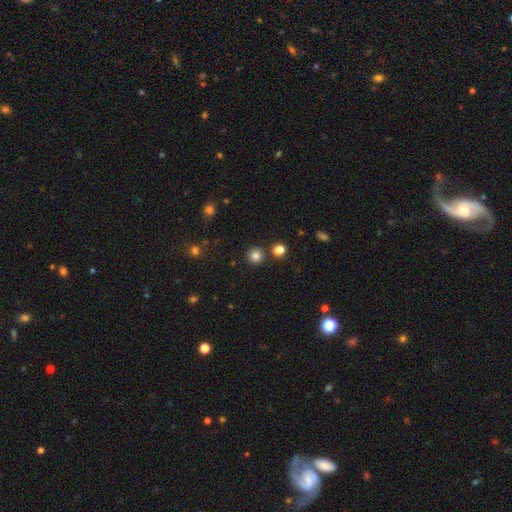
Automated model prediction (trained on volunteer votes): The model was most divided on "smooth or featured": smooth: 82%, star or artifact: 13%, featured or disk: 5%. More confident: how rounded — round (93%); merging — none (84%).